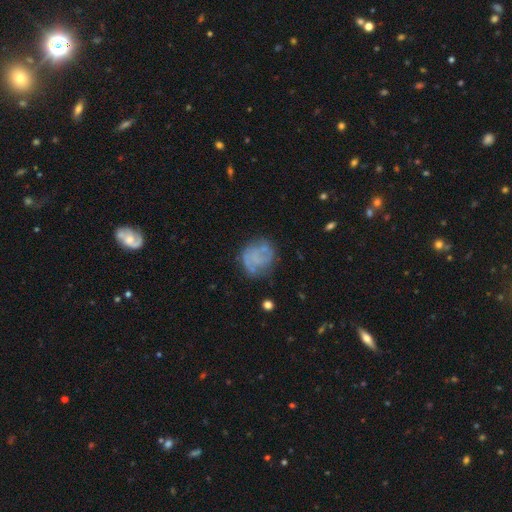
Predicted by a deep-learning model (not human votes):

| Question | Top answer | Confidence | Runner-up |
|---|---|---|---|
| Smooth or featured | featured or disk | 51% | smooth (36%) |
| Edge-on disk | no | 98% | yes (2%) |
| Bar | no | 84% | weak (12%) |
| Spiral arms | no | 52% | yes (48%) |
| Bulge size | none | 76% | small (15%) |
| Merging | none | 64% | minor disturbance (20%) |